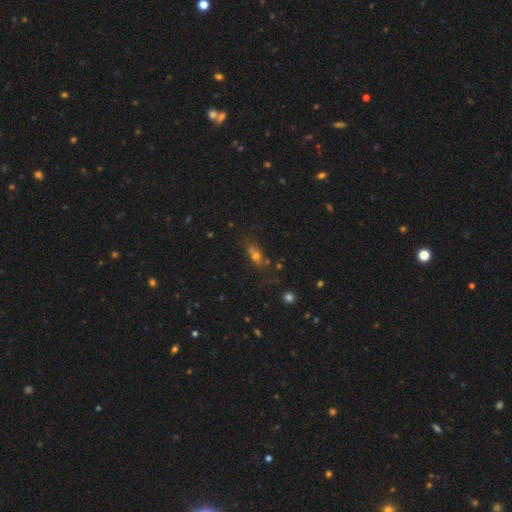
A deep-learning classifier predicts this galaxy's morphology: Smooth or featured? smooth (54%)
How rounded? in between (48%)
Merging? none (46%)